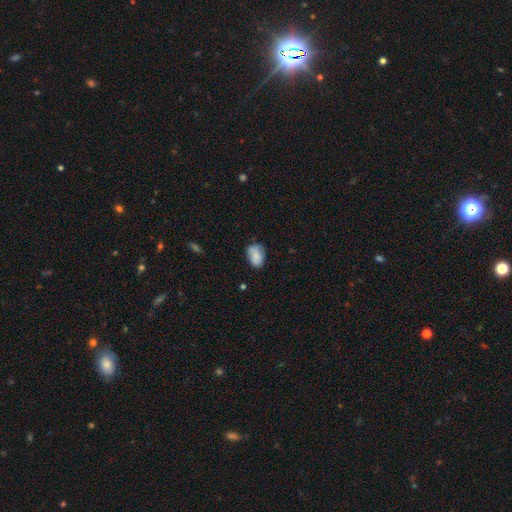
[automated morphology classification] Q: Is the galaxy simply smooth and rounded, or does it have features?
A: smooth — 76%.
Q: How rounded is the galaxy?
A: in between — 82%.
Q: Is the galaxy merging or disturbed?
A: none — 54%.